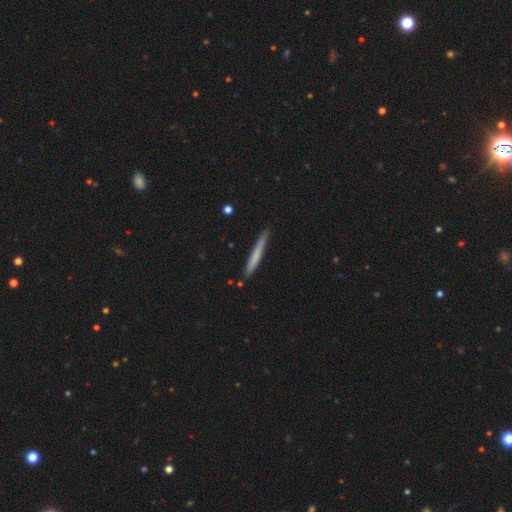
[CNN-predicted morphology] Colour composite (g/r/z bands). It shows a smooth galaxy with no disk features (65%) that is cigar-shaped (97%). Merging: none (85%).